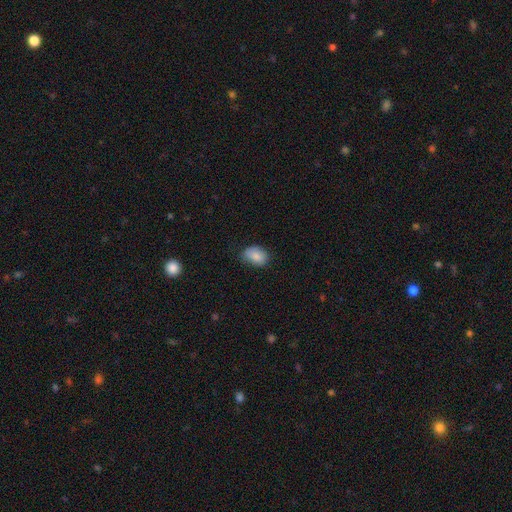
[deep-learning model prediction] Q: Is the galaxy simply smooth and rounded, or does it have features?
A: smooth — 85%.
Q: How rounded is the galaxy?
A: in between — 79%.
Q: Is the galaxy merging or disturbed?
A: none — 66%.